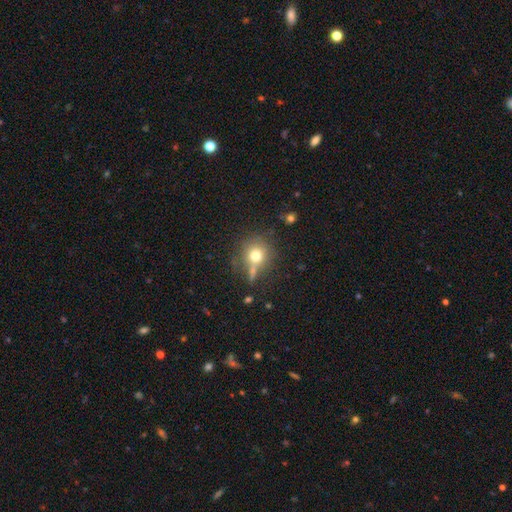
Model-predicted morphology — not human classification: Smooth or featured: smooth — 73% (featured or disk — 14%)
How rounded: round — 89% (in between — 10%)
Merging: none — 63% (minor disturbance — 15%)